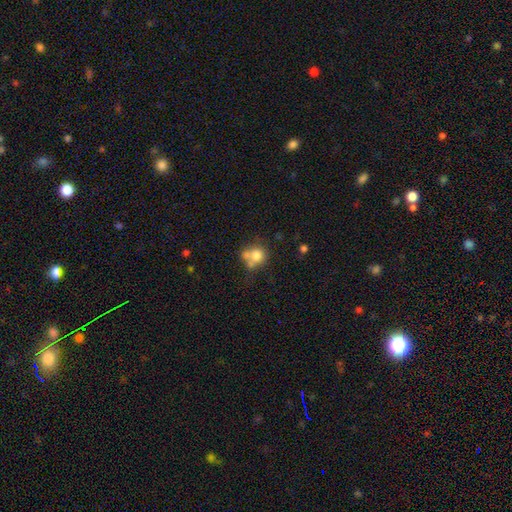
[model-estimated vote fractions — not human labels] The model was most divided on "merging": none: 43%, merger: 33%, minor disturbance: 16%, major disturbance: 8%. More confident: how rounded — round (80%); smooth or featured — smooth (74%).